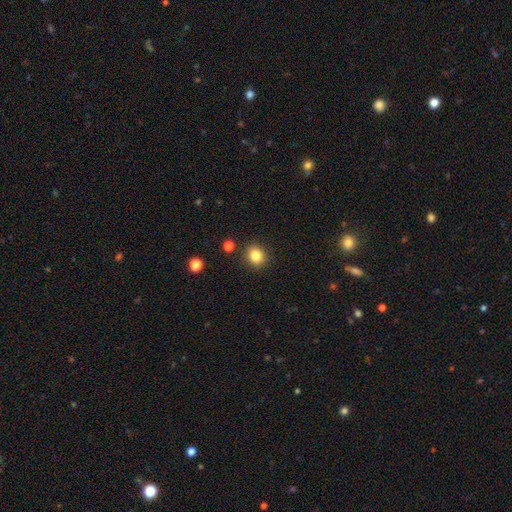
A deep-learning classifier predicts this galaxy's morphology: This is clearly a smooth galaxy (83%). How rounded: likely round (76%). Merging: clearly none (88%).